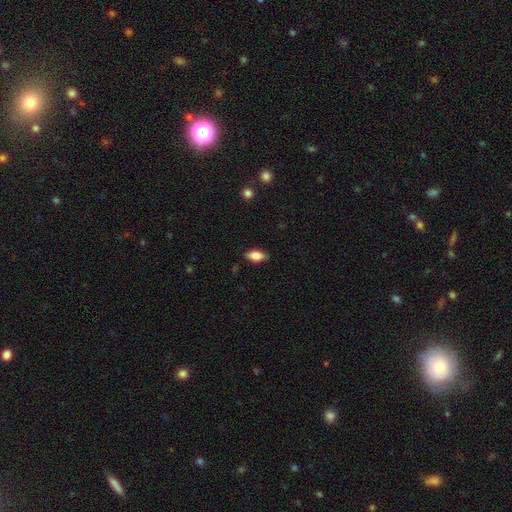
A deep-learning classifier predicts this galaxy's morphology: A smooth galaxy with no disk features (76%) that is in between round and cigar-shaped (88%).

Vote fractions:
- Smooth or featured? smooth: 76% / featured or disk: 17% / star or artifact: 7%
- How rounded? in between: 88% / cigar-shaped: 9% / round: 3%
- Merging? none: 86% / minor disturbance: 11% / major disturbance: 2% / merger: 1%